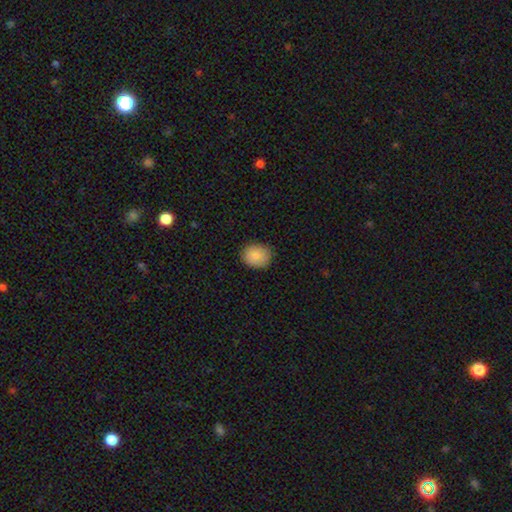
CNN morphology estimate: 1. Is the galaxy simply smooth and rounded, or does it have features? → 86% smooth, 8% star or artifact, 6% featured or disk.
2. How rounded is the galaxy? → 66% round, 33% in between, 1% cigar-shaped.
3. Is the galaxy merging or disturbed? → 85% none, 12% minor disturbance, 2% major disturbance, 1% merger.